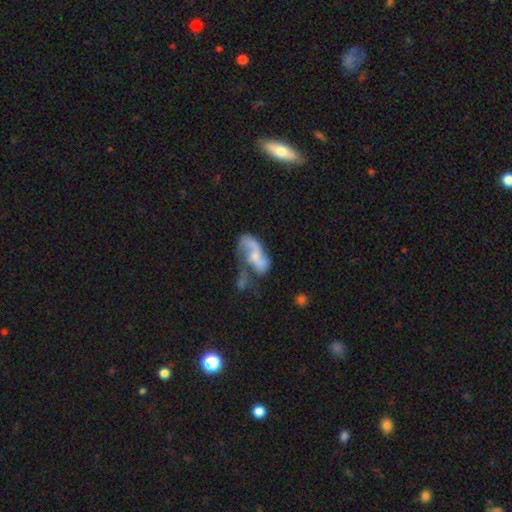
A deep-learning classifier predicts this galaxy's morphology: Smooth or featured? featured or disk (65%)
Edge-on disk? no (95%)
Bar? no (61%)
Spiral arms? yes (73%)
Bulge size? small (38%)
Merging? major disturbance (30%)